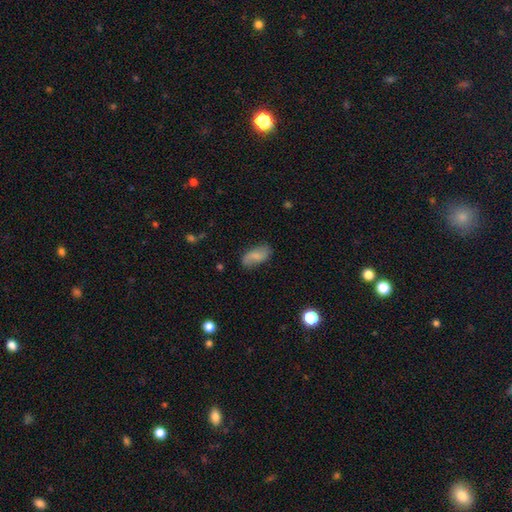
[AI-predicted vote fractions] Q: Smooth or featured?
A: smooth (64%); runner-up: featured or disk (28%)
Q: How rounded?
A: in between (91%); runner-up: cigar-shaped (6%)
Q: Merging?
A: none (72%); runner-up: minor disturbance (20%)